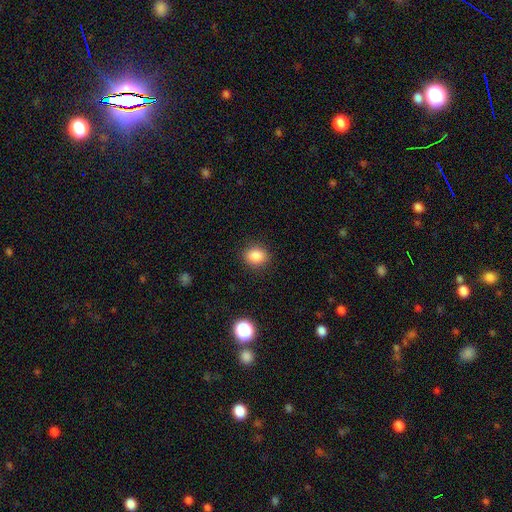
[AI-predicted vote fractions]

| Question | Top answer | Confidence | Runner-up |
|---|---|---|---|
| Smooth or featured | smooth | 86% | star or artifact (10%) |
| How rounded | round | 57% | in between (42%) |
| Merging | none | 88% | minor disturbance (8%) |